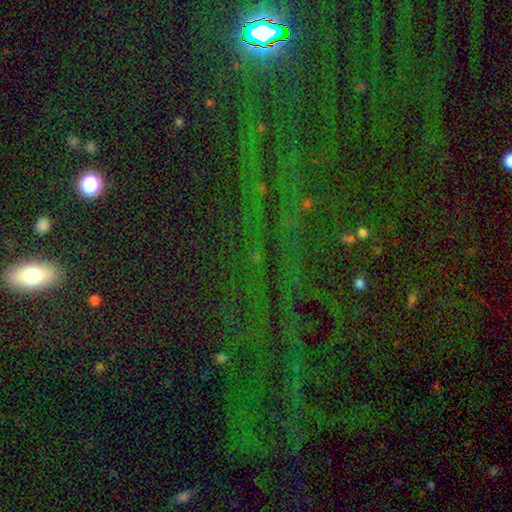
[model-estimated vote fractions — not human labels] Overall: star or artifact (81%).